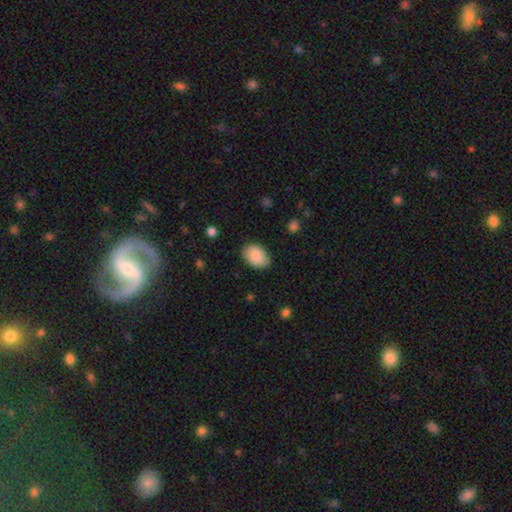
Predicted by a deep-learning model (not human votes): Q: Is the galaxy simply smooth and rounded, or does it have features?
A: smooth — 87%.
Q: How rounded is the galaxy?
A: in between — 88%.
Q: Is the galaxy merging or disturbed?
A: none — 82%.